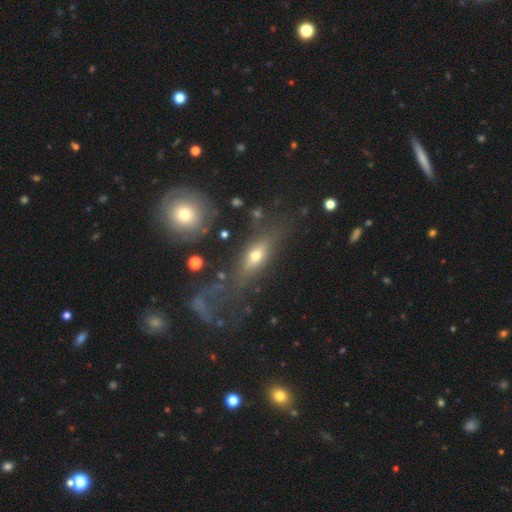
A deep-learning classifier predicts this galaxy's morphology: Smooth or featured? smooth (48%)
Merging? none (54%)